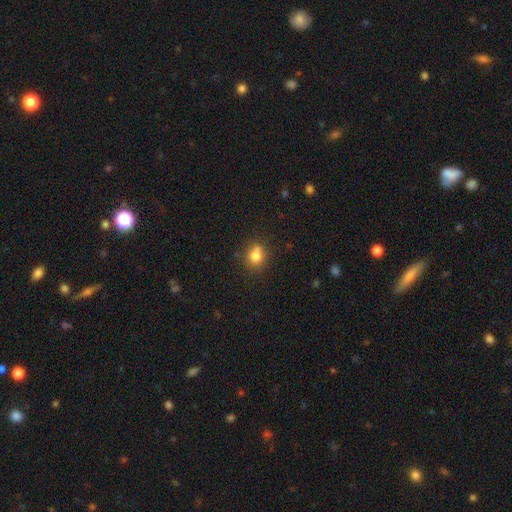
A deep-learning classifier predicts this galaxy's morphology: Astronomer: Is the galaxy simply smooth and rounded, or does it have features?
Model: smooth — 78%.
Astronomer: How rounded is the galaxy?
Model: round — 72%.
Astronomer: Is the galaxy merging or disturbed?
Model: none — 63%.